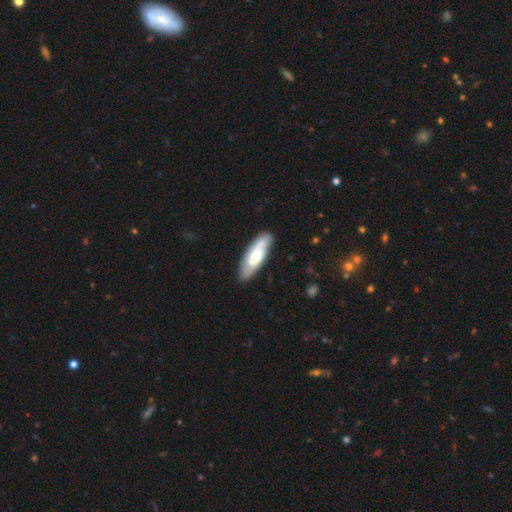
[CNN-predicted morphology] smooth 51%, featured or disk 43%, star or artifact 6%. Down the decision tree: how rounded — in between (56%); merging — none (79%).